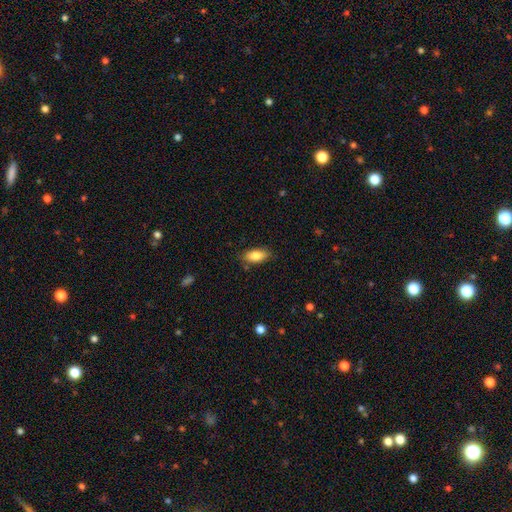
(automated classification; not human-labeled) Smooth or featured? Predicted: smooth (p=0.84). How rounded? Predicted: in between (p=0.89). Merging? Predicted: none (p=0.82).